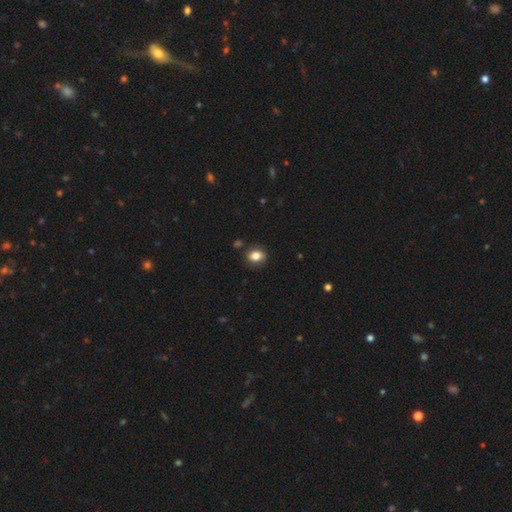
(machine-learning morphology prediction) smooth 82%, star or artifact 10%, featured or disk 8%. Down the decision tree: how rounded — in between (55%); merging — none (85%).